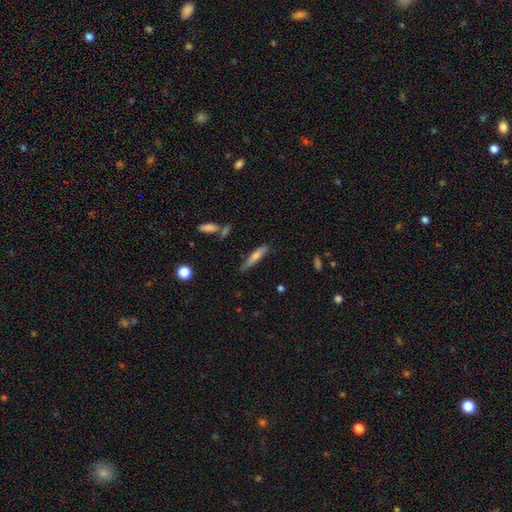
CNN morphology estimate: Q: Smooth or featured?
A: smooth (59%); runner-up: featured or disk (33%)
Q: How rounded?
A: cigar-shaped (86%); runner-up: in between (12%)
Q: Merging?
A: none (74%); runner-up: minor disturbance (18%)